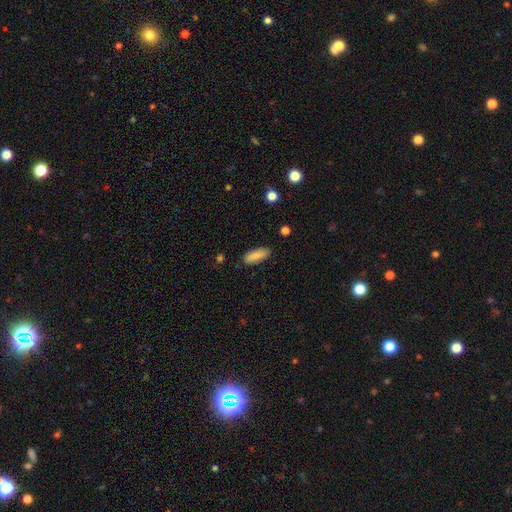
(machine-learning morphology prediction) A smooth galaxy with no disk features (84%) that is in between round and cigar-shaped (67%).

Vote fractions:
- Smooth or featured? smooth: 84% / featured or disk: 9% / star or artifact: 6%
- How rounded? in between: 67% / cigar-shaped: 31% / round: 2%
- Merging? none: 87% / minor disturbance: 10% / major disturbance: 2% / merger: 1%